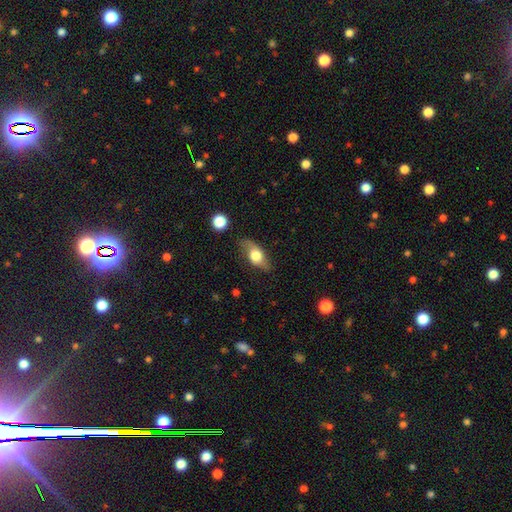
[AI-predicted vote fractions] This is possibly a smooth galaxy (56%). How rounded: likely in between (75%). Merging: likely none (67%).